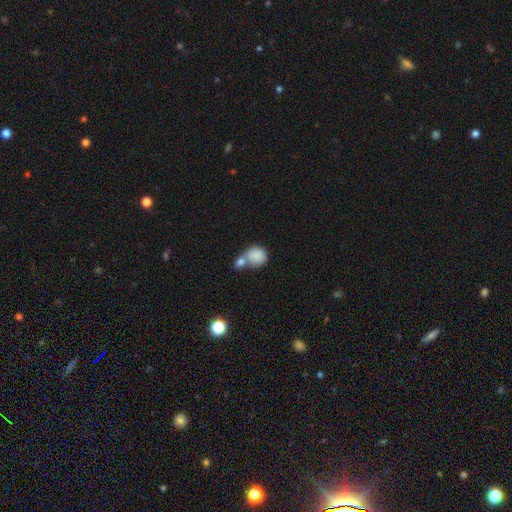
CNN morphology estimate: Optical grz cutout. It shows a smooth galaxy with no disk features (84%) that is round (77%). Merging: merger (55%).